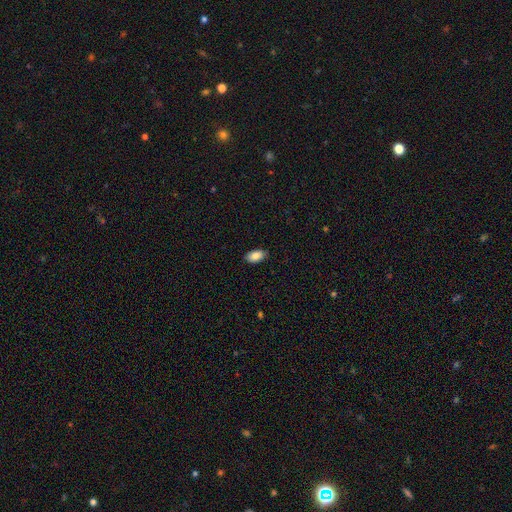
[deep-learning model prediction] Q: Smooth or featured?
A: smooth (84%); runner-up: featured or disk (9%)
Q: How rounded?
A: in between (94%); runner-up: round (4%)
Q: Merging?
A: none (87%); runner-up: minor disturbance (10%)